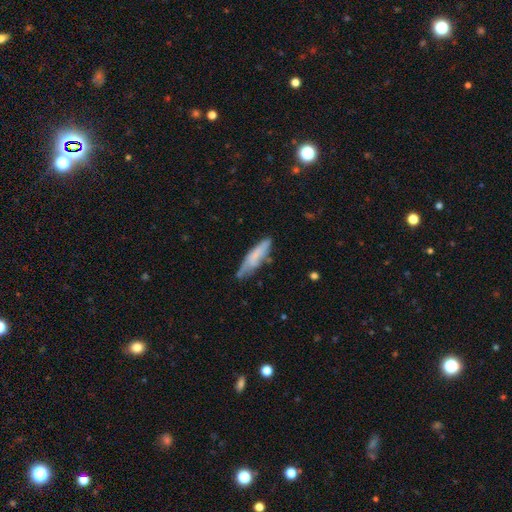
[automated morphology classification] smooth 65%, featured or disk 27%, star or artifact 7%. Down the decision tree: how rounded — cigar-shaped (75%); merging — none (59%).